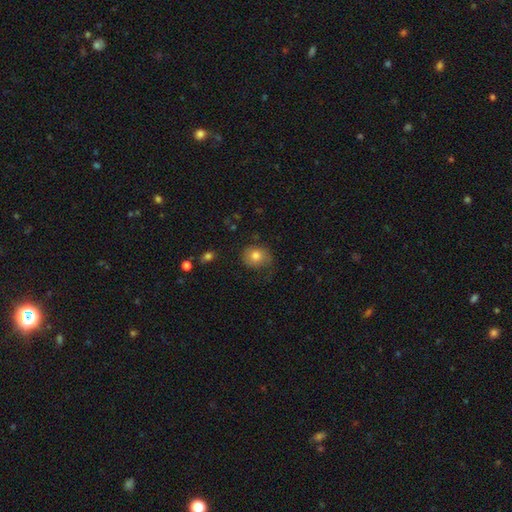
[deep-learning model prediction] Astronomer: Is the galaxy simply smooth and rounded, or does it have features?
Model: smooth — 77%.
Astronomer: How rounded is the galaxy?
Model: round — 72%.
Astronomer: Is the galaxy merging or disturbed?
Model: none — 60%.